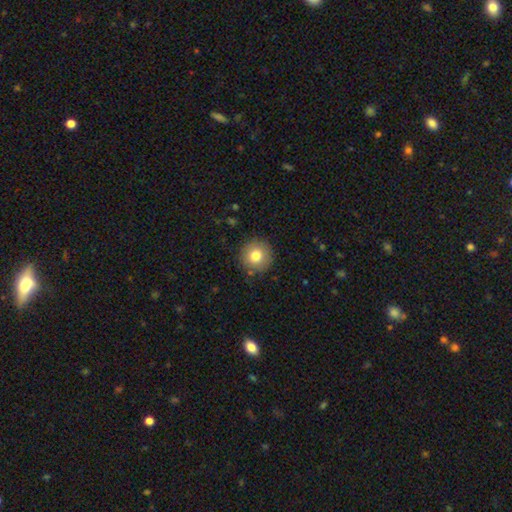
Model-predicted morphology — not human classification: This is likely a smooth galaxy (79%). How rounded: clearly round (95%). Merging: clearly none (88%).